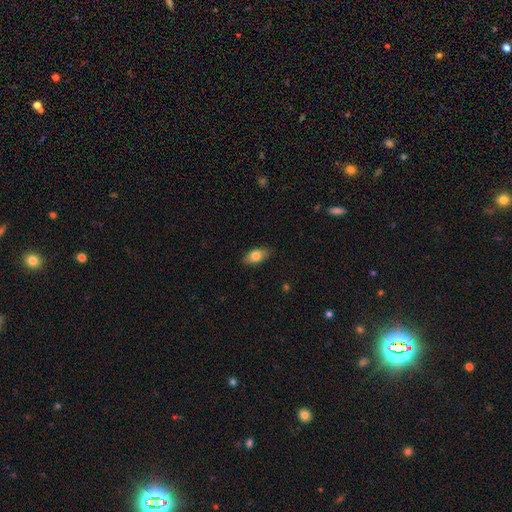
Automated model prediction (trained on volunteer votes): A smooth galaxy with no disk features (79%) that is in between round and cigar-shaped (89%).

Vote fractions:
- Smooth or featured? smooth: 79% / featured or disk: 14% / star or artifact: 7%
- How rounded? in between: 89% / cigar-shaped: 7% / round: 5%
- Merging? none: 86% / minor disturbance: 11% / major disturbance: 2% / merger: 1%